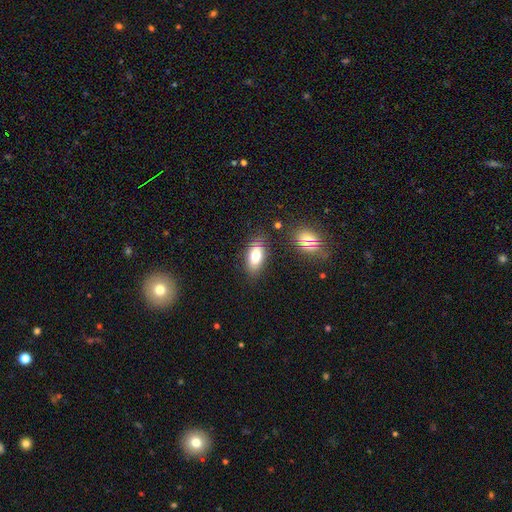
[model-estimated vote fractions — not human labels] This appears to be a smooth galaxy with no disk features (71%) that is in between round and cigar-shaped (88%). Merging: none (80%).